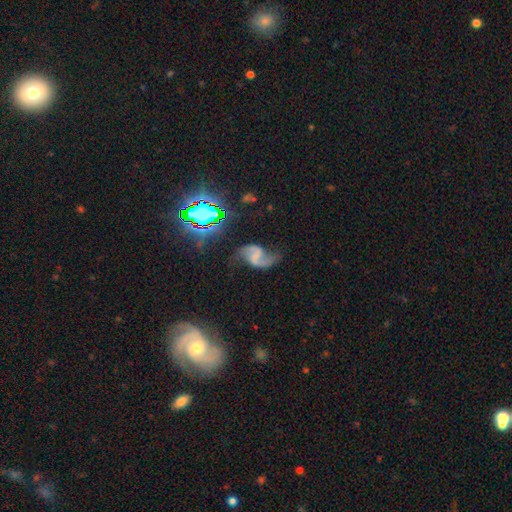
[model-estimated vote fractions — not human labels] Smooth or featured: featured or disk — 84% (star or artifact — 9%)
Edge-on disk: no — 98% (yes — 2%)
Bar: weak — 44% (no — 29%)
Spiral arms: yes — 96% (no — 4%)
Spiral winding: loose — 76% (medium — 20%)
Spiral arm count: 2 — 92% (1 — 3%)
Bulge size: none — 60% (small — 27%)
Merging: none — 68% (minor disturbance — 17%)